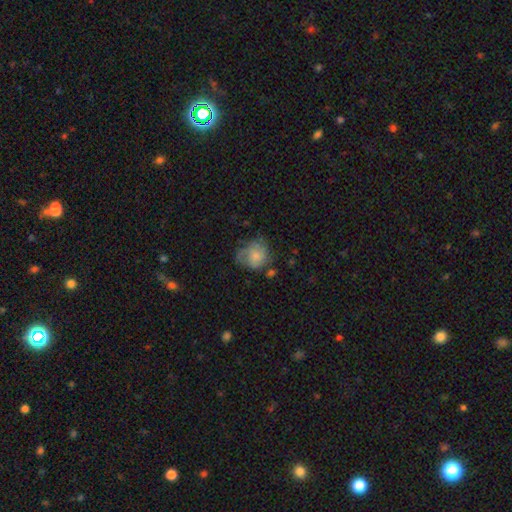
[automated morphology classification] smooth_or_featured: smooth (p=0.58) [alt: featured or disk p=0.33]
how_rounded: round (p=0.68) [alt: in between p=0.31]
merging: none (p=0.45) [alt: minor disturbance p=0.30]